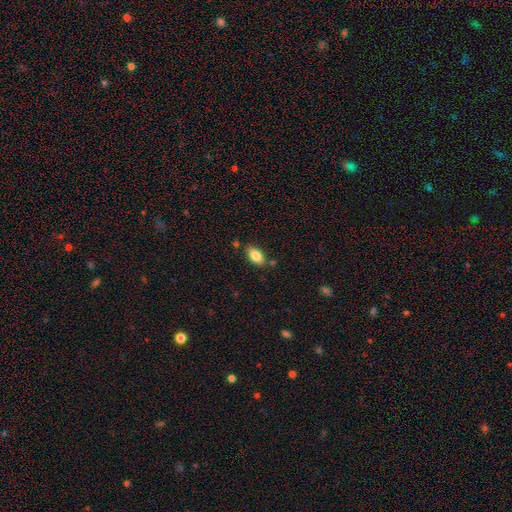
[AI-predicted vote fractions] Smooth or featured: smooth — 84% (featured or disk — 8%)
How rounded: in between — 92% (cigar-shaped — 4%)
Merging: none — 77% (minor disturbance — 14%)